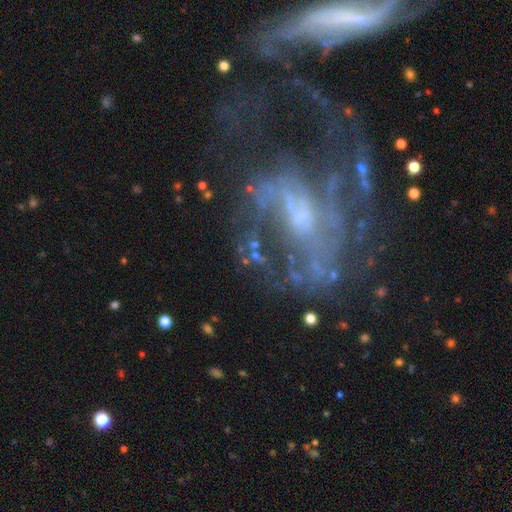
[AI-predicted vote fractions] Smooth or featured?
  - featured or disk: 68% *
  - star or artifact: 17%
  - smooth: 15%
Edge-on disk?
  - no: 94% *
  - yes: 6%
Bar?
  - no: 46% *
  - weak: 31%
  - strong: 22%
Spiral arms?
  - yes: 71% *
  - no: 29%
Bulge size?
  - small: 39% *
  - moderate: 29%
  - none: 22%
  - large: 7%
  - dominant: 3%
Merging?
  - none: 56% *
  - major disturbance: 20%
  - minor disturbance: 17%
  - merger: 6%